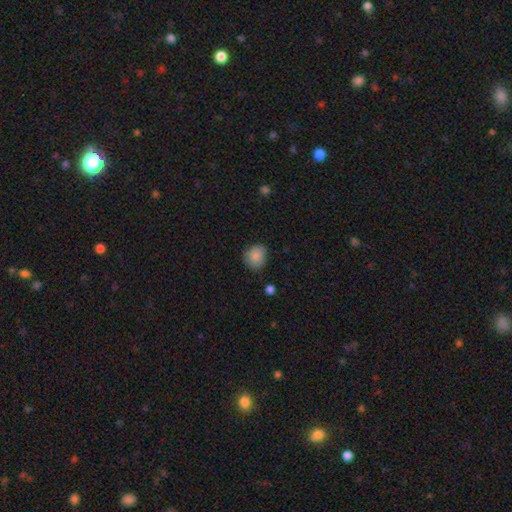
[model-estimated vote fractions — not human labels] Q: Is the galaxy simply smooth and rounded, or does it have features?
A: smooth — 86%.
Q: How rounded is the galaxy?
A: round — 76%.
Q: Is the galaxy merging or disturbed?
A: none — 76%.